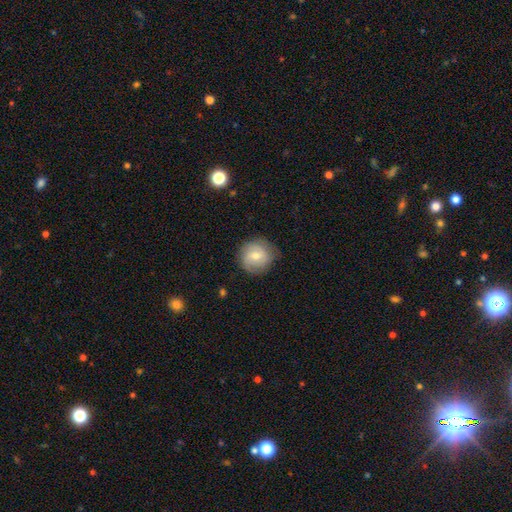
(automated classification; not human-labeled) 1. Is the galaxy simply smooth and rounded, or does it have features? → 52% smooth, 41% featured or disk, 7% star or artifact.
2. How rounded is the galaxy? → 89% round, 10% in between, 1% cigar-shaped.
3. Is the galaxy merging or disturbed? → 77% none, 17% minor disturbance, 5% major disturbance, 1% merger.